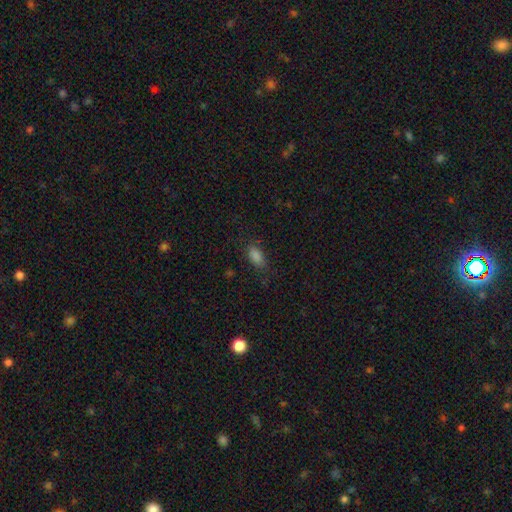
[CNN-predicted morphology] smooth 84%, star or artifact 11%, featured or disk 5%. Down the decision tree: how rounded — in between (88%); merging — none (77%).